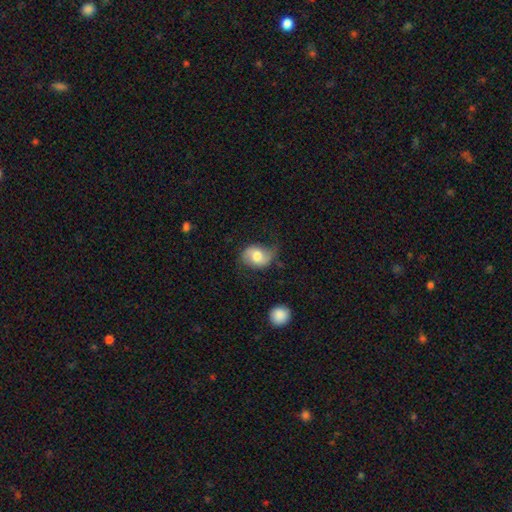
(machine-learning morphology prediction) The model was most divided on "smooth or featured": smooth: 50%, featured or disk: 42%, star or artifact: 7%. More confident: how rounded — in between (60%); merging — none (54%).